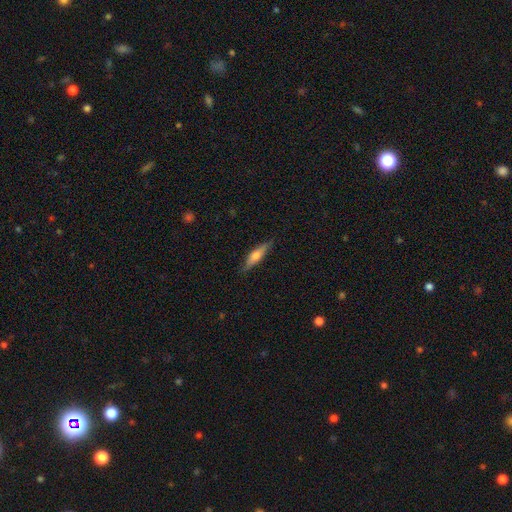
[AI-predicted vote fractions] Morphology: type=smooth (51%); roundness=cigar-shaped (73%); merging=none (85%).